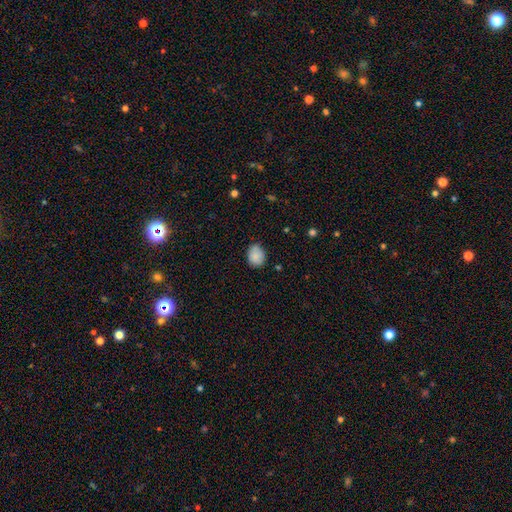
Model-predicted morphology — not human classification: smooth 86%, star or artifact 8%, featured or disk 6%. Down the decision tree: how rounded — in between (53%); merging — none (70%).